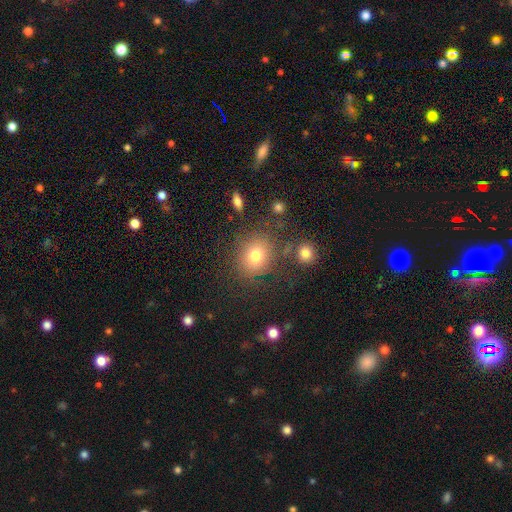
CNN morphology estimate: A smooth galaxy with no disk features (75%) that is round (62%).

Vote fractions:
- Smooth or featured? smooth: 75% / star or artifact: 14% / featured or disk: 11%
- How rounded? round: 62% / in between: 37% / cigar-shaped: 1%
- Merging? none: 78% / minor disturbance: 12% / major disturbance: 5% / merger: 5%